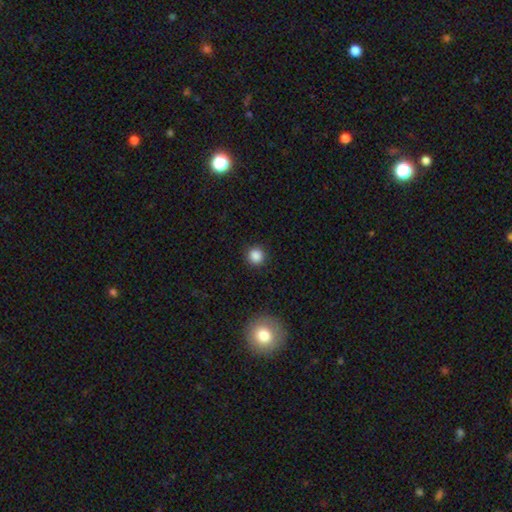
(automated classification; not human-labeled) smooth_or_featured: smooth (p=0.87) [alt: star or artifact p=0.11]
how_rounded: round (p=0.94) [alt: in between p=0.05]
merging: none (p=0.91) [alt: minor disturbance p=0.06]